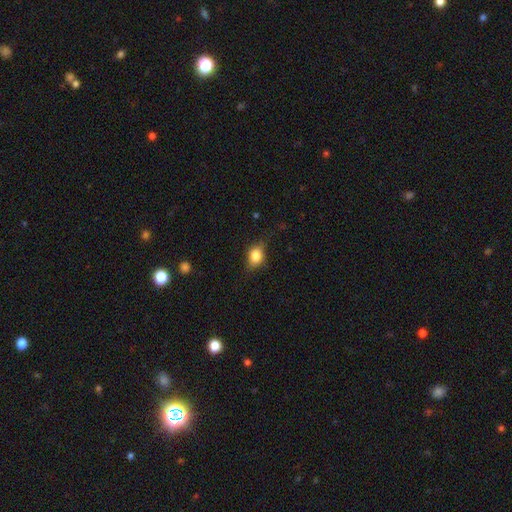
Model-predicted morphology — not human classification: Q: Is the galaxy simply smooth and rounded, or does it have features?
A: smooth — 77%.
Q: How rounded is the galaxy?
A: in between — 63%.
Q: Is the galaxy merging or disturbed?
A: none — 73%.